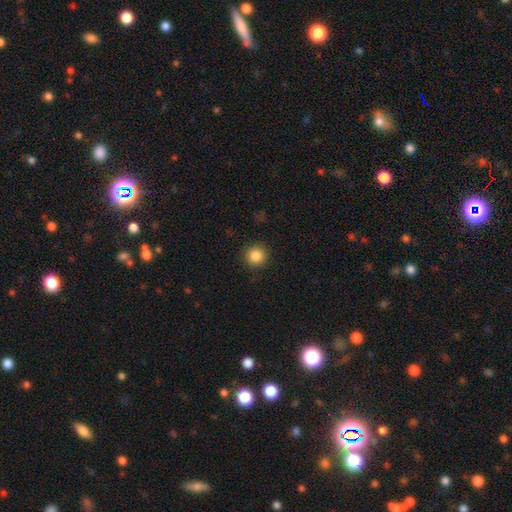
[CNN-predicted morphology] smooth-or-featured: smooth: 86% | star or artifact: 11% | featured or disk: 4%
  how-rounded: round: 94% | in between: 5% | cigar-shaped: 1%
  merging: none: 91% | minor disturbance: 6% | major disturbance: 2% | merger: 1%